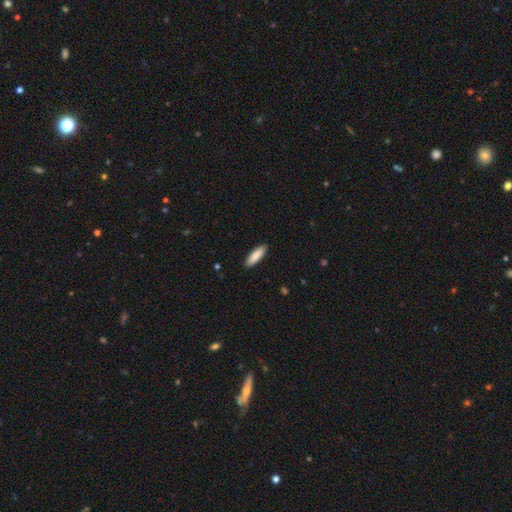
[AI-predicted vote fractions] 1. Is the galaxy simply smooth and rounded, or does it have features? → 87% smooth, 7% featured or disk, 5% star or artifact.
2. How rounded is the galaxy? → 55% cigar-shaped, 43% in between, 1% round.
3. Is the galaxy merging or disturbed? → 90% none, 7% minor disturbance, 1% major disturbance, 1% merger.